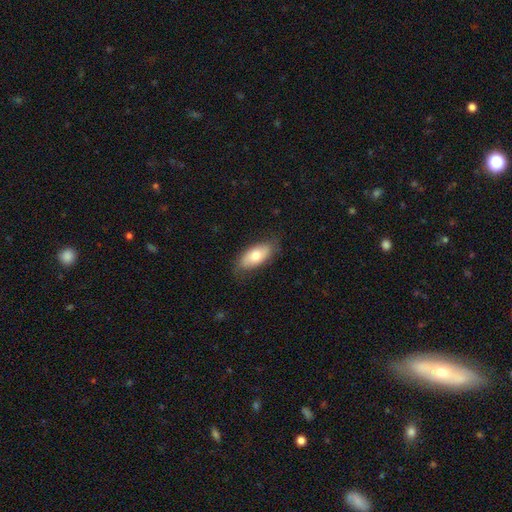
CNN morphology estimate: This is likely a smooth galaxy (73%). How rounded: clearly in between (88%). Merging: likely none (78%).